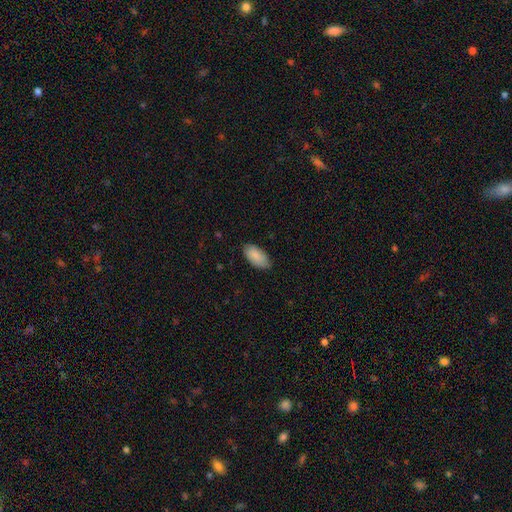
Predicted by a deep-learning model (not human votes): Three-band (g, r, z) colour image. It shows a smooth galaxy with no disk features (88%) that is in between round and cigar-shaped (94%). Merging: none (77%).